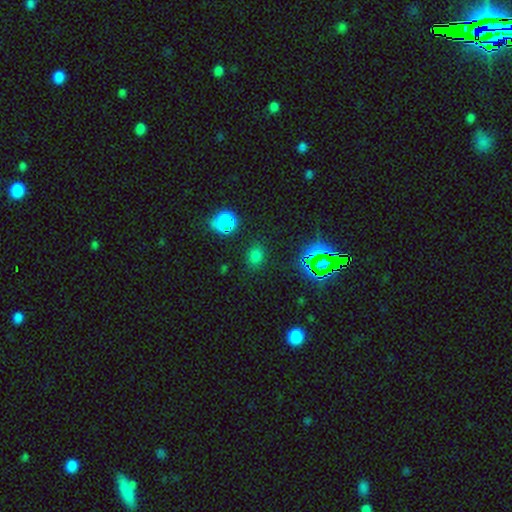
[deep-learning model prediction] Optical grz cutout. It shows a smooth galaxy with no disk features (64%) that is in between round and cigar-shaped (53%). Merging: none (82%).